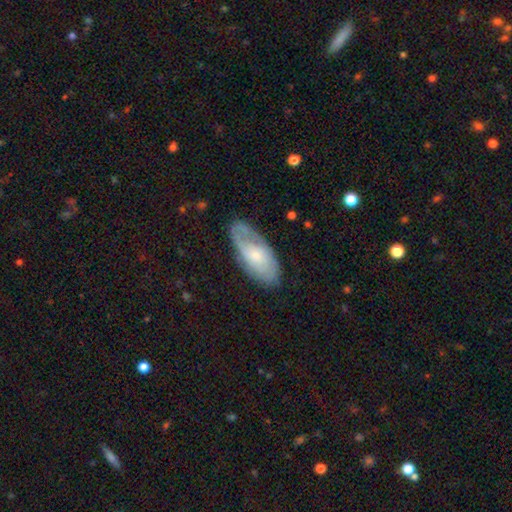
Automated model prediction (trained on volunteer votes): Smooth or featured: featured or disk — 53% (smooth — 41%)
Edge-on disk: no — 89% (yes — 11%)
Merging: none — 68% (minor disturbance — 22%)